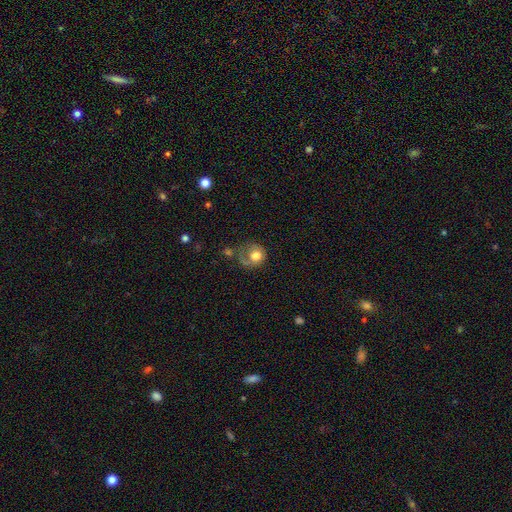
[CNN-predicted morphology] A smooth galaxy with no disk features (61%) that is round (74%). Merging: none (36%).